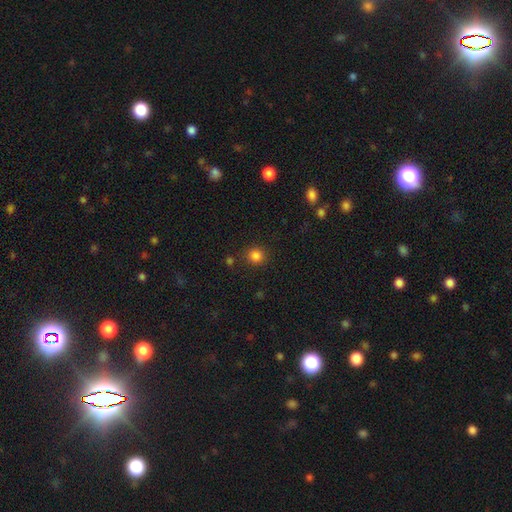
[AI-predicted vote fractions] smooth-or-featured: smooth: 83% | star or artifact: 13% | featured or disk: 4%
  how-rounded: round: 89% | in between: 10% | cigar-shaped: 1%
  merging: none: 85% | minor disturbance: 8% | merger: 4% | major disturbance: 3%